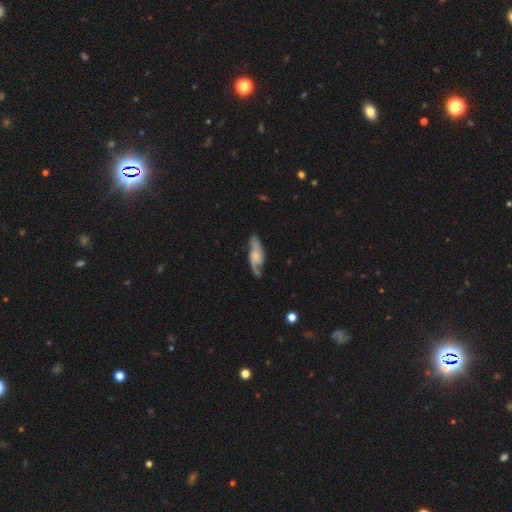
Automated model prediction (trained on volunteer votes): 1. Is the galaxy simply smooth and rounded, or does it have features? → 65% featured or disk, 29% smooth, 6% star or artifact.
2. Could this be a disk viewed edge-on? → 85% no, 15% yes.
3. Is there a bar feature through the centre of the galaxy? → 67% no, 27% weak, 6% strong.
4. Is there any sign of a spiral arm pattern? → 91% yes, 9% no.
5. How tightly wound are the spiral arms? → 43% loose, 39% medium, 18% tight.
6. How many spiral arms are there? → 80% 2, 9% can't tell, 7% 1, 2% 3, 1% 4, 1% more than 4.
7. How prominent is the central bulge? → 40% small, 26% none, 24% moderate, 8% large, 2% dominant.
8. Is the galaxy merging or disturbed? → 62% none, 24% minor disturbance, 10% major disturbance, 3% merger.